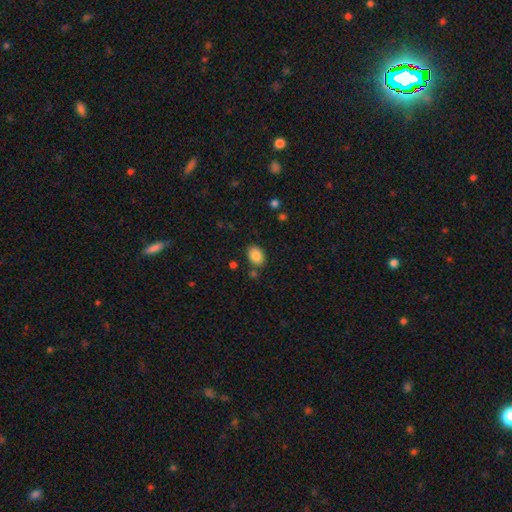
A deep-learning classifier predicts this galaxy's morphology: smooth 87%, star or artifact 8%, featured or disk 5%. Down the decision tree: how rounded — in between (76%); merging — none (78%).